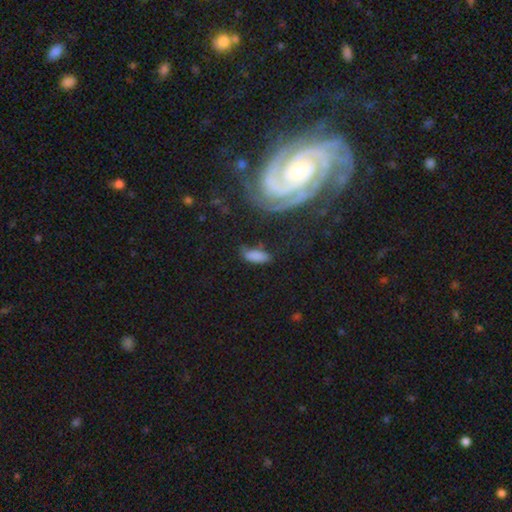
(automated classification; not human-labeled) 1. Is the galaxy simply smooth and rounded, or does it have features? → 75% smooth, 16% featured or disk, 9% star or artifact.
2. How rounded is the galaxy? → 78% in between, 18% cigar-shaped, 3% round.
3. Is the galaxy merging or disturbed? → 57% none, 27% minor disturbance, 11% major disturbance, 5% merger.